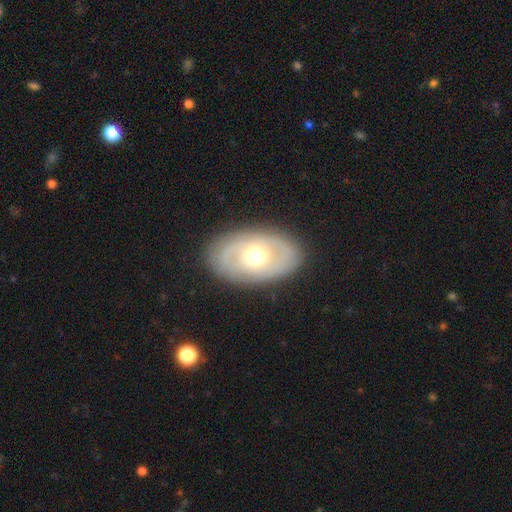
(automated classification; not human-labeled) smooth-or-featured: featured or disk: 61% | smooth: 33% | star or artifact: 6%
  disk-edge-on: no: 91% | yes: 9%
    bar: no: 66% | weak: 26% | strong: 7%
    has-spiral-arms: yes: 53% | no: 47%
    bulge-size: moderate: 71% | small: 16% | large: 10% | dominant: 1% | none: 1%
  merging: none: 85% | minor disturbance: 11% | major disturbance: 4% | merger: 1%